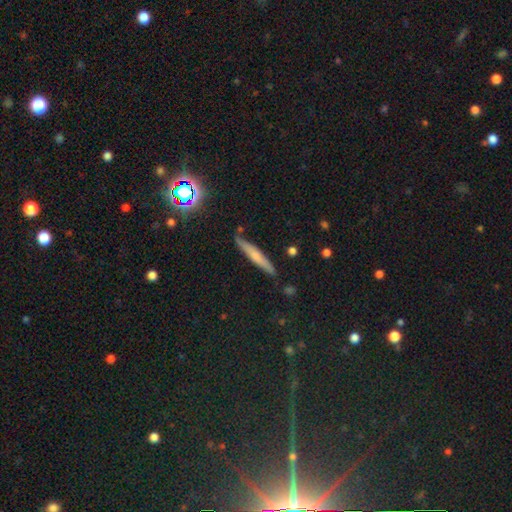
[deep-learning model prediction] A smooth galaxy with no disk features (50%). Merging: none (83%).